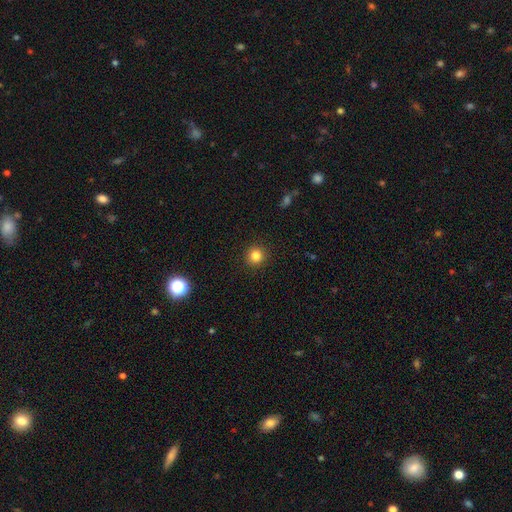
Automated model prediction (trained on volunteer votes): A smooth galaxy with no disk features (83%) that is round (94%).

Vote fractions:
- Smooth or featured? smooth: 83% / star or artifact: 12% / featured or disk: 5%
- How rounded? round: 94% / in between: 5% / cigar-shaped: 1%
- Merging? none: 92% / minor disturbance: 5% / major disturbance: 2% / merger: 1%